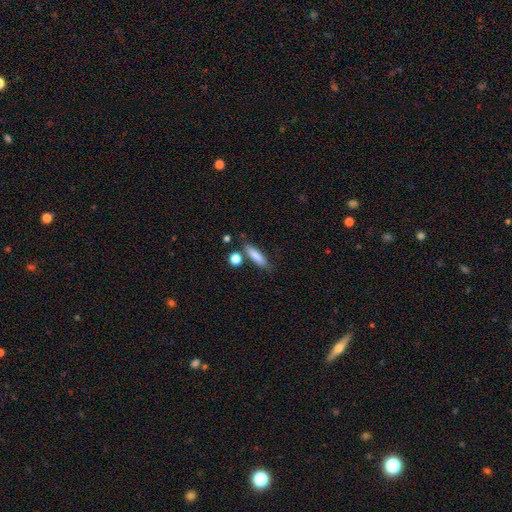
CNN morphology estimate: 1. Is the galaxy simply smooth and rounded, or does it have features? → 82% smooth, 11% featured or disk, 7% star or artifact.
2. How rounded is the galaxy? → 64% cigar-shaped, 32% in between, 4% round.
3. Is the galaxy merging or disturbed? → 73% none, 14% minor disturbance, 9% merger, 4% major disturbance.